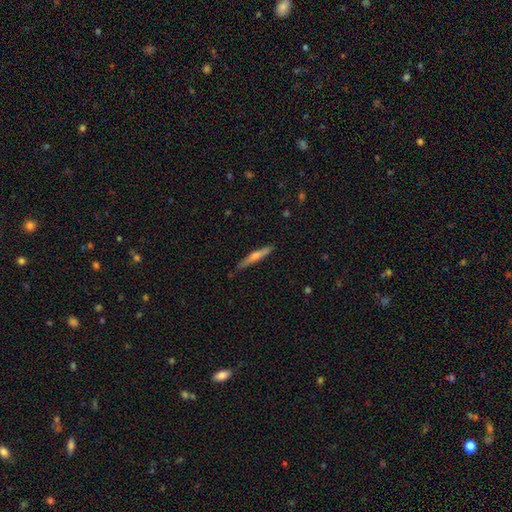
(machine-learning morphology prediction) A featured or disk galaxy (60%) viewed edge-on (97%) with a rounded central bulge (78%).

Vote fractions:
- Smooth or featured? featured or disk: 60% / smooth: 33% / star or artifact: 7%
- Edge-on disk? yes: 97% / no: 3%
- Edge-on bulge? rounded: 78% / none: 17% / boxy: 6%
- Merging? none: 86% / minor disturbance: 11% / major disturbance: 2% / merger: 1%